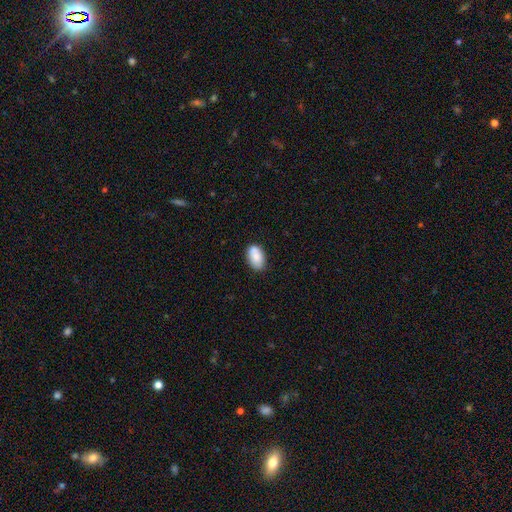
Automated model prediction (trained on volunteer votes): Q: Smooth or featured?
A: smooth (82%); runner-up: featured or disk (11%)
Q: How rounded?
A: in between (91%); runner-up: round (7%)
Q: Merging?
A: none (70%); runner-up: minor disturbance (19%)